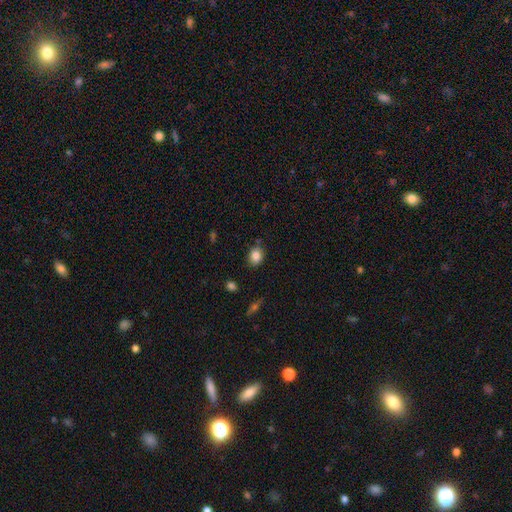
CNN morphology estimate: A smooth galaxy with no disk features (84%) that is round (50%).

Vote fractions:
- Smooth or featured? smooth: 84% / star or artifact: 10% / featured or disk: 6%
- How rounded? round: 50% / in between: 49% / cigar-shaped: 1%
- Merging? none: 79% / minor disturbance: 15% / merger: 3% / major disturbance: 3%